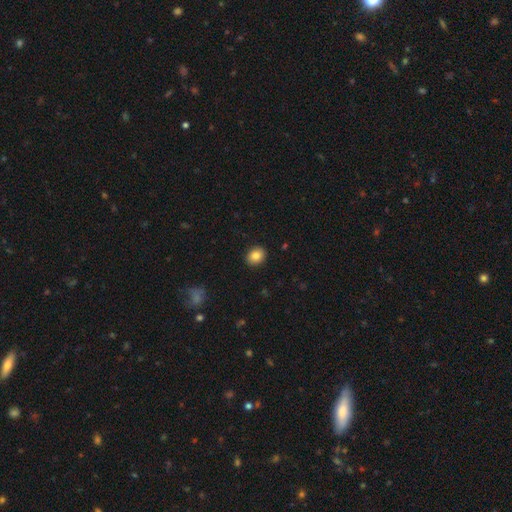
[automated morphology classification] smooth_or_featured: smooth (p=0.85) [alt: star or artifact p=0.09]
how_rounded: round (p=0.55) [alt: in between p=0.44]
merging: none (p=0.91) [alt: minor disturbance p=0.06]